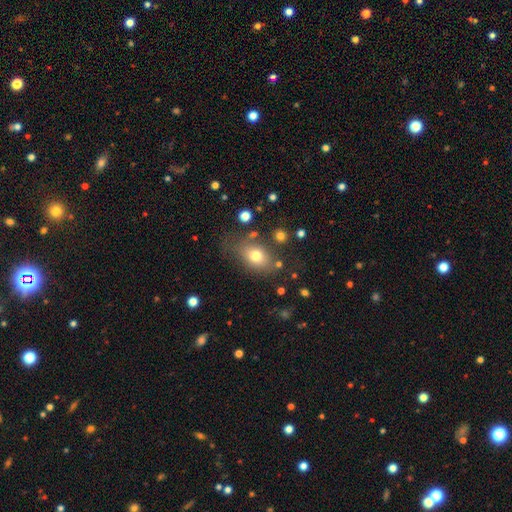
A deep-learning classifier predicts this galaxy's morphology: This appears to be a smooth galaxy with no disk features (73%) that is in between round and cigar-shaped (73%). Merging: none (68%).